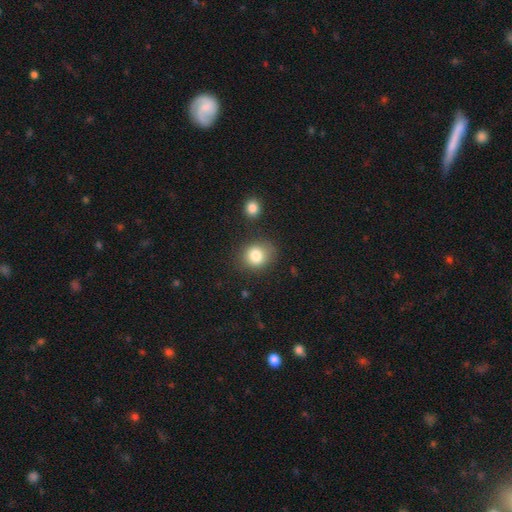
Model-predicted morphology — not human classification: Smooth or featured?
  - smooth: 83% *
  - star or artifact: 10%
  - featured or disk: 8%
How rounded?
  - round: 71% *
  - in between: 28%
  - cigar-shaped: 1%
Merging?
  - none: 77% *
  - minor disturbance: 14%
  - merger: 5%
  - major disturbance: 4%